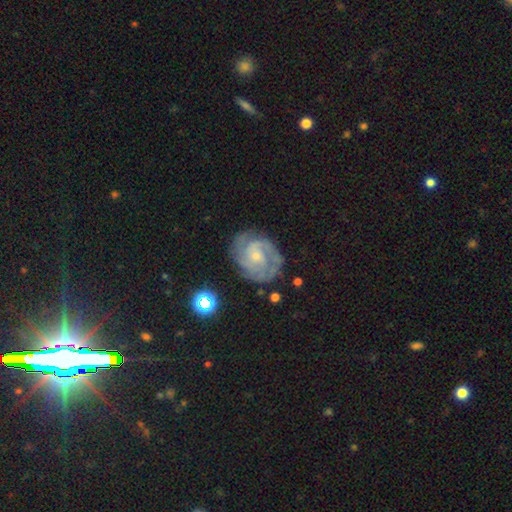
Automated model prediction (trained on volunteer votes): A featured or disk galaxy (85%) with no bar (66%), 3 (29%, tied with 2) tight (59%) spiral arms (96%) and a small central bulge (69%). Merging: none (74%).